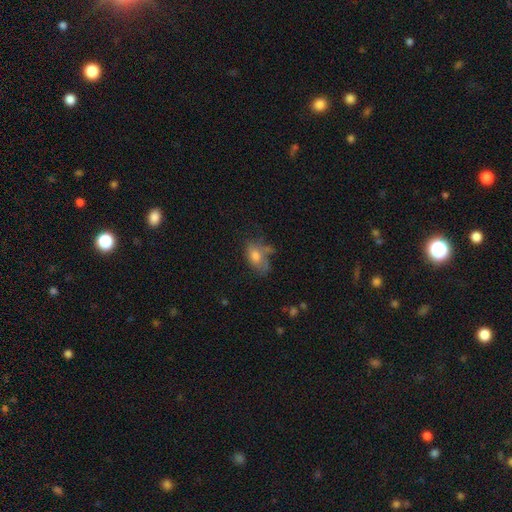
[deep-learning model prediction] Smooth or featured? smooth (64%)
How rounded? in between (85%)
Merging? none (39%)